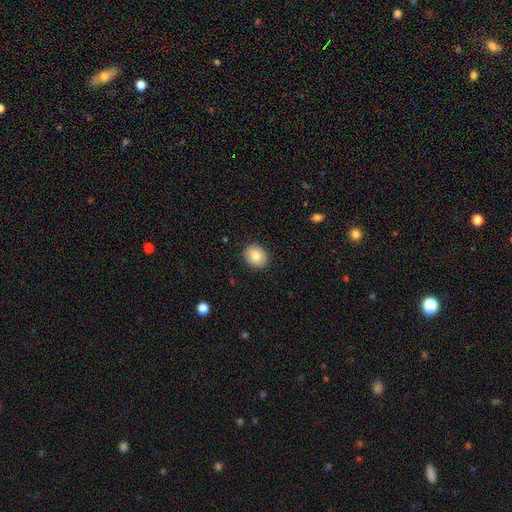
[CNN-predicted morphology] This is likely a smooth galaxy (79%). How rounded: possibly round (57%). Merging: clearly none (89%).